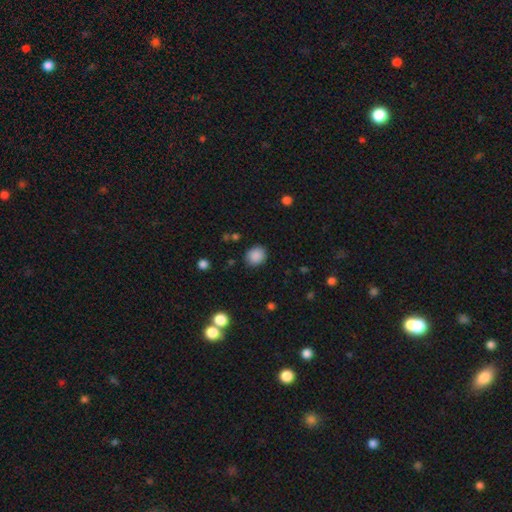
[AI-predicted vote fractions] The model was most divided on "how rounded": round: 73%, in between: 26%, cigar-shaped: 1%. More confident: smooth or featured — smooth (87%); merging — none (86%).